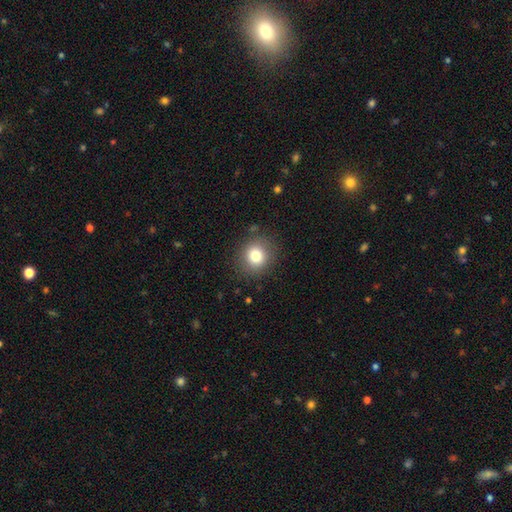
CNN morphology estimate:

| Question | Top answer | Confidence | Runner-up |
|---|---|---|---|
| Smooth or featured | smooth | 79% | star or artifact (11%) |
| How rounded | round | 84% | in between (15%) |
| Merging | none | 86% | minor disturbance (9%) |